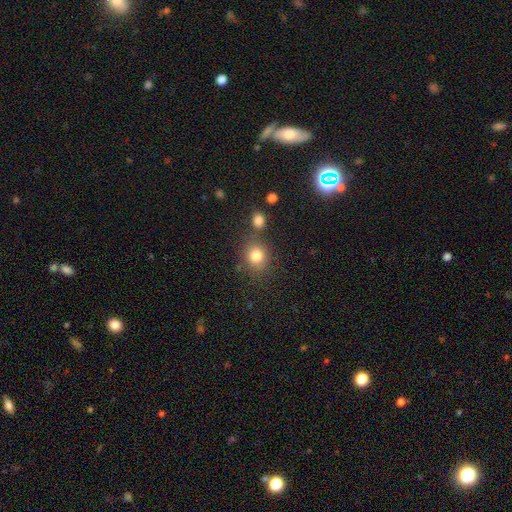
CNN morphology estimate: smooth-or-featured: smooth: 81% | star or artifact: 12% | featured or disk: 7%
  how-rounded: round: 78% | in between: 21% | cigar-shaped: 1%
  merging: none: 72% | merger: 12% | minor disturbance: 11% | major disturbance: 4%